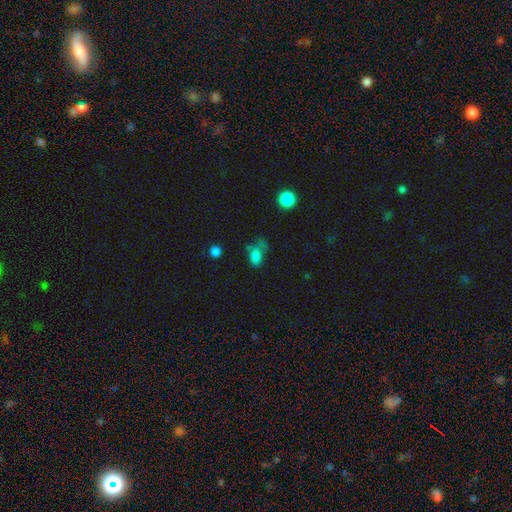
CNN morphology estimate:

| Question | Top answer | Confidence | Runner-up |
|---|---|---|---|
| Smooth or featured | smooth | 76% | star or artifact (14%) |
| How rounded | in between | 80% | round (17%) |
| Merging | none | 38% | minor disturbance (28%) |